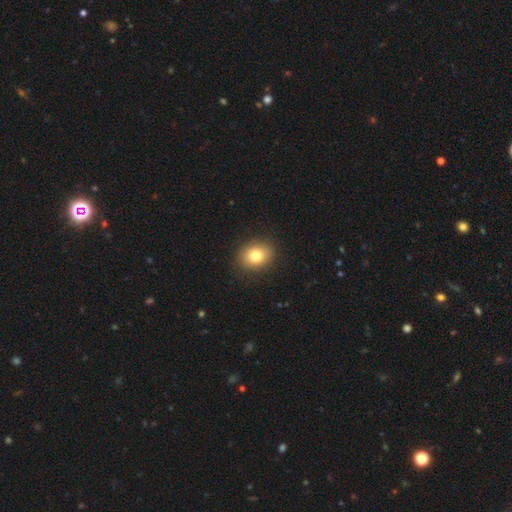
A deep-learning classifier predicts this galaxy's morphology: Smooth or featured? smooth (80%)
How rounded? round (50%)
Merging? none (89%)